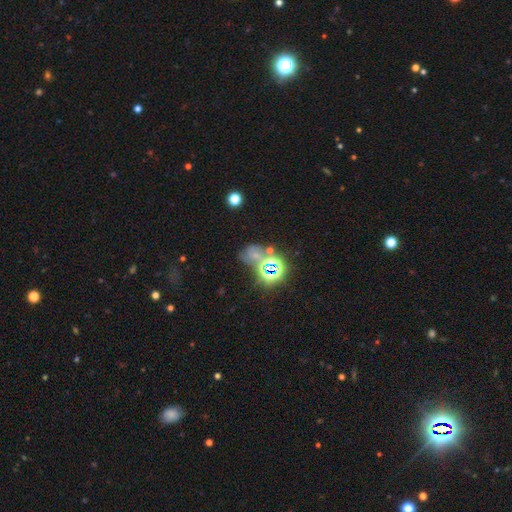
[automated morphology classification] The model was most divided on "smooth or featured": star or artifact: 55%, smooth: 29%, featured or disk: 16%.